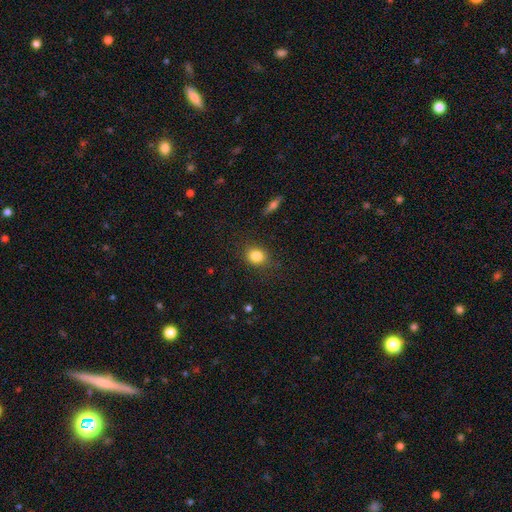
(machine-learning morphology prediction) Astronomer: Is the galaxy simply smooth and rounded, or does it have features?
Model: smooth — 84%.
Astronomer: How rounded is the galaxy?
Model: round — 61% (runner-up: in between, 37%).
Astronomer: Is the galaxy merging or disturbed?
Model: none — 83%.